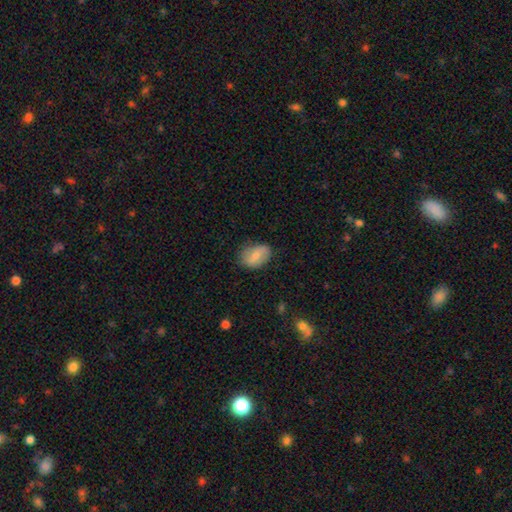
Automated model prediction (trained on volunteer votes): Smooth or featured?
  - smooth: 68% *
  - featured or disk: 25%
  - star or artifact: 7%
How rounded?
  - in between: 82% *
  - round: 16%
  - cigar-shaped: 2%
Merging?
  - none: 76% *
  - minor disturbance: 18%
  - major disturbance: 4%
  - merger: 1%